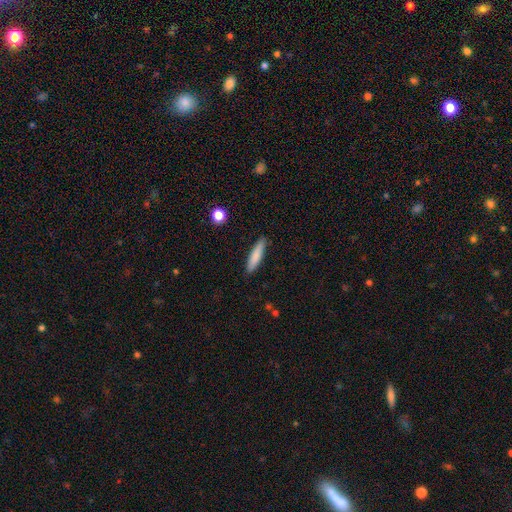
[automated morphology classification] smooth-or-featured: smooth: 81% | featured or disk: 12% | star or artifact: 6%
  how-rounded: cigar-shaped: 83% | in between: 16% | round: 1%
  merging: none: 89% | minor disturbance: 8% | major disturbance: 2% | merger: 1%